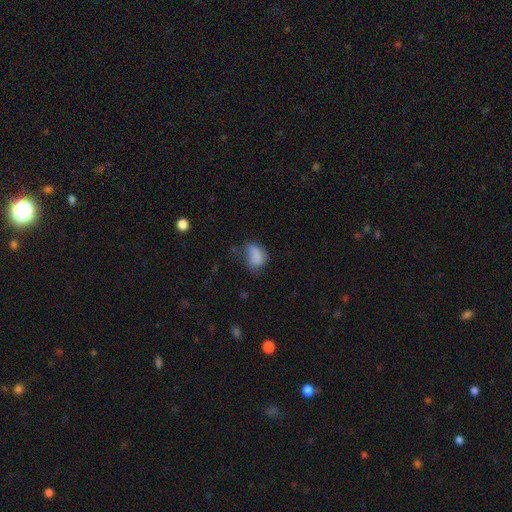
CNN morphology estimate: smooth_or_featured: smooth (p=0.78) [alt: featured or disk p=0.12]
how_rounded: in between (p=0.77) [alt: round p=0.21]
merging: none (p=0.38) [alt: minor disturbance p=0.35]